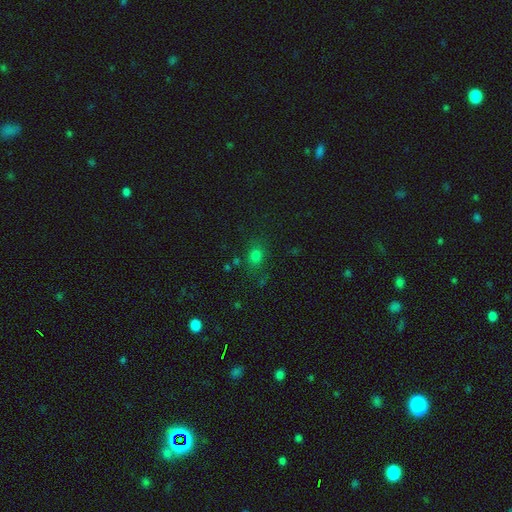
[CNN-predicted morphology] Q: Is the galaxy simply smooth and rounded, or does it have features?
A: smooth — 74%.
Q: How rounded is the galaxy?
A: round — 51%.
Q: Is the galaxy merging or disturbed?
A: none — 76%.